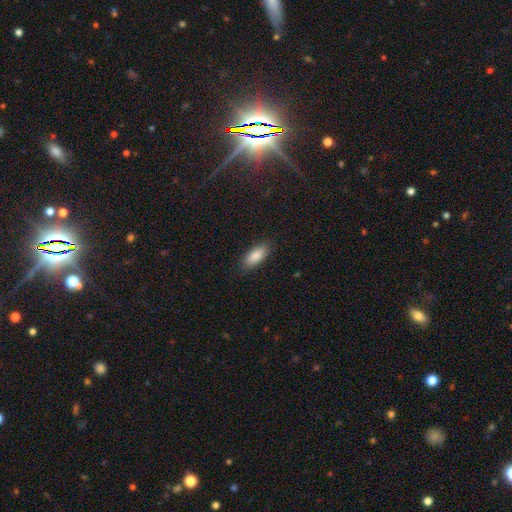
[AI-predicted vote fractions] Smooth or featured? Predicted: smooth (p=0.87). How rounded? Predicted: in between (p=0.85). Merging? Predicted: none (p=0.86).